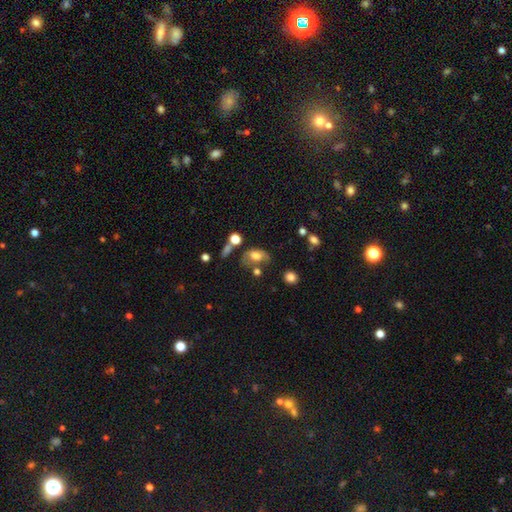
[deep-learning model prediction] smooth 64%, featured or disk 25%, star or artifact 11%. Down the decision tree: how rounded — in between (82%); merging — none (32%).